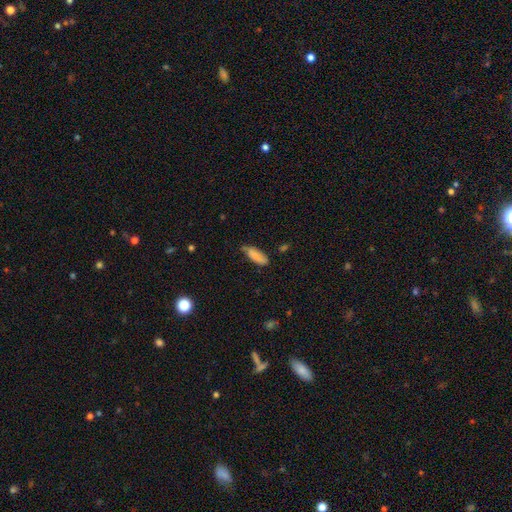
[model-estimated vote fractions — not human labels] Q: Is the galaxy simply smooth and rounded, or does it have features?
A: smooth — 83%.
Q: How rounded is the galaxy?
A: in between — 70%.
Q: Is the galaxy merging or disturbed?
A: none — 66%.